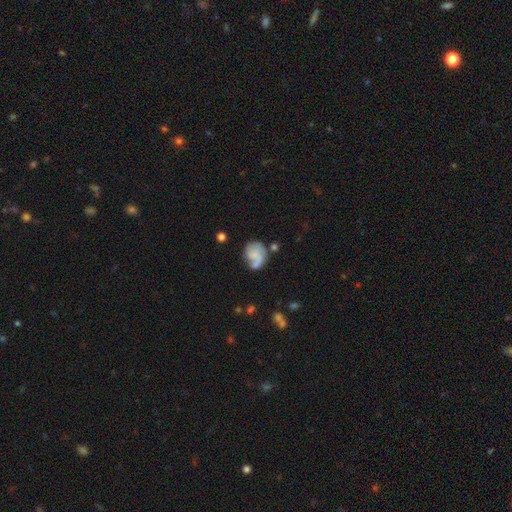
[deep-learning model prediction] Morphology: type=featured or disk (51%); edge-on=no (98%); merging=none (46%).